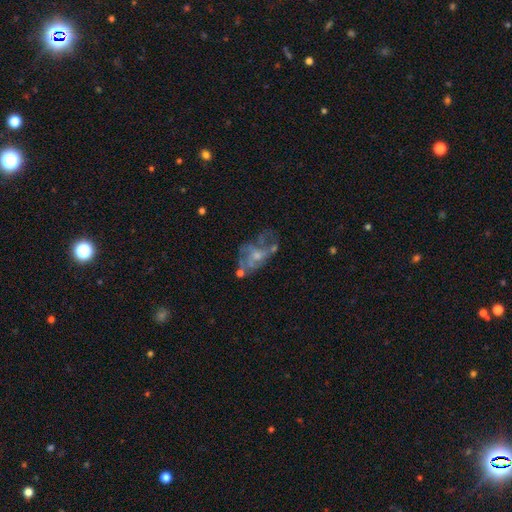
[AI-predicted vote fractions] A featured or disk galaxy (73%) with no bar (76%), spiral arms (58%) and a small central bulge (53%). Merging: none (39%).